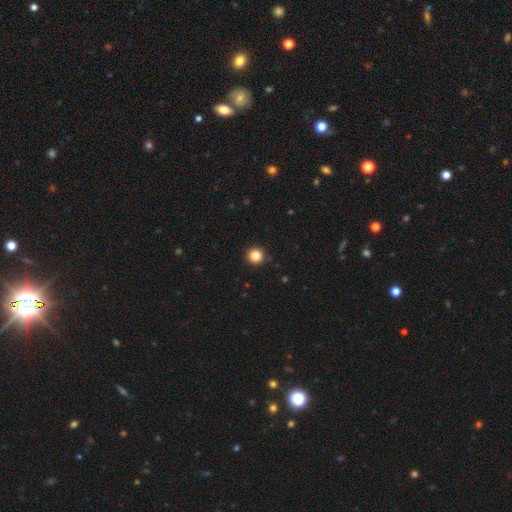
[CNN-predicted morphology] Smooth or featured: smooth — 85% (star or artifact — 11%)
How rounded: round — 96% (in between — 3%)
Merging: none — 93% (minor disturbance — 5%)